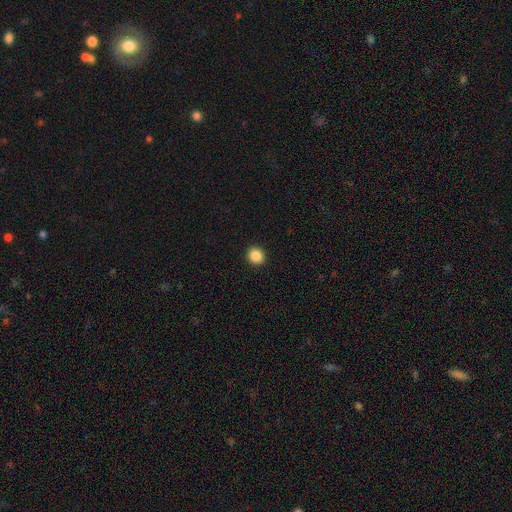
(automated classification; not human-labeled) This appears to be a smooth galaxy with no disk features (88%) that is round (77%). Merging: none (92%).